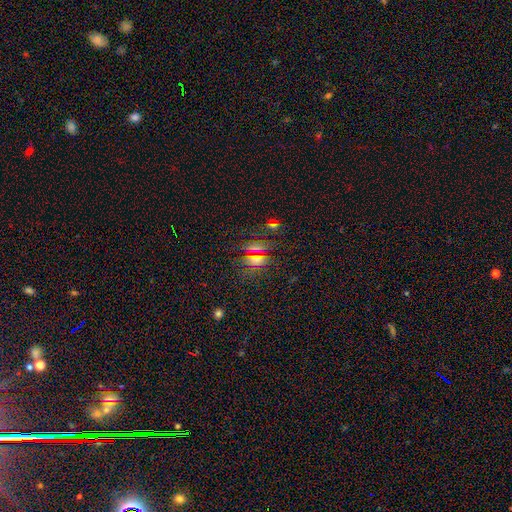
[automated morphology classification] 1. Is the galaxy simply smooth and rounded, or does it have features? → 48% smooth, 41% star or artifact, 11% featured or disk.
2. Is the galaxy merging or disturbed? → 72% none, 13% minor disturbance, 8% merger, 7% major disturbance.